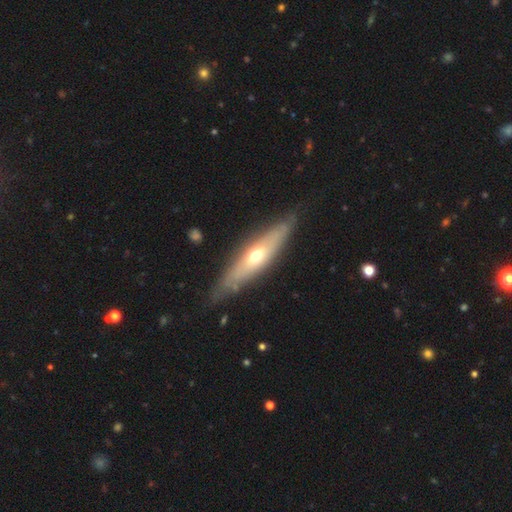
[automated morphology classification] A featured or disk galaxy (58%) viewed edge-on (69%). Merging: none (82%).